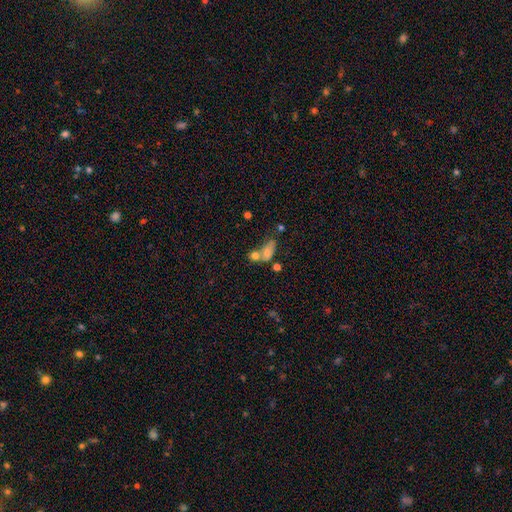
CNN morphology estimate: smooth_or_featured: smooth (p=0.70) [alt: featured or disk p=0.18]
how_rounded: in between (p=0.62) [alt: round p=0.32]
merging: merger (p=0.54) [alt: none p=0.28]